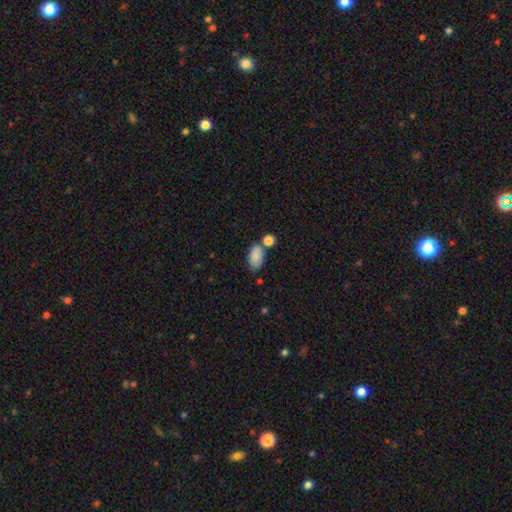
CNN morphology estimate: This appears to be a smooth galaxy with no disk features (86%) that is in between round and cigar-shaped (93%). Merging: none (59%).